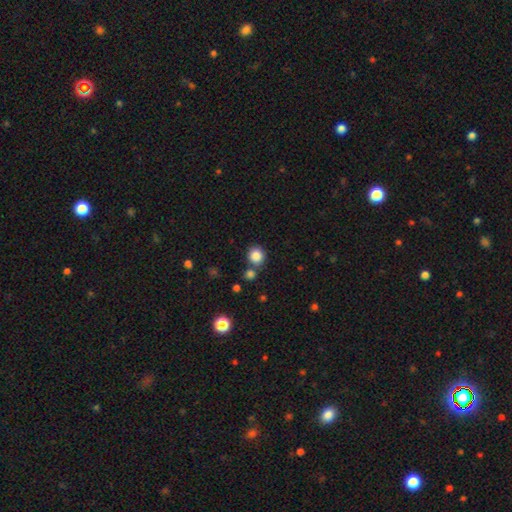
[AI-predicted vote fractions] Smooth or featured: smooth — 85% (star or artifact — 11%)
How rounded: round — 87% (in between — 13%)
Merging: none — 73% (merger — 15%)